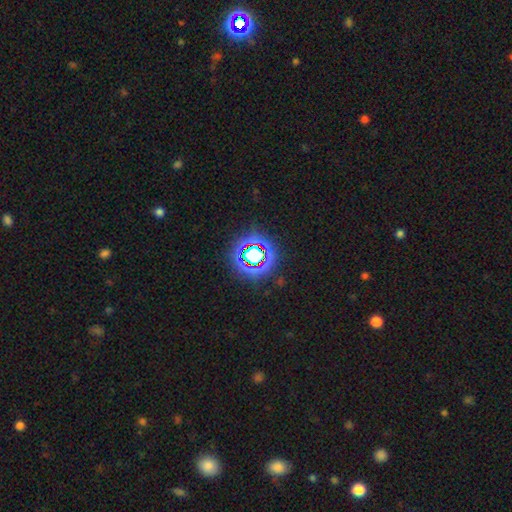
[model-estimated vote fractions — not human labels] Smooth or featured?
  - star or artifact: 73% *
  - smooth: 17%
  - featured or disk: 10%